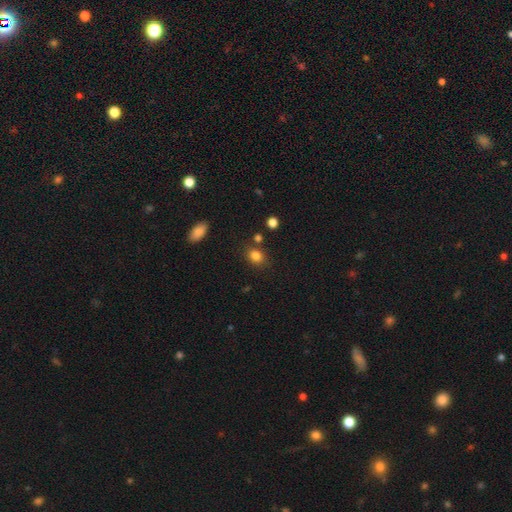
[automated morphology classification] This is clearly a smooth galaxy (83%). How rounded: possibly round (50%). Merging: likely none (77%).